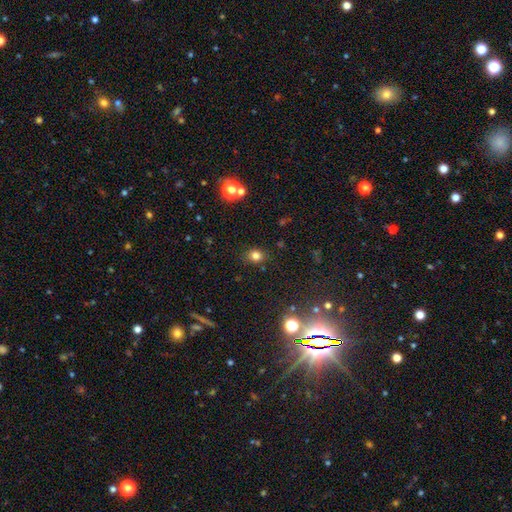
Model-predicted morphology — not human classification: A smooth galaxy with no disk features (79%) that is round (64%).

Vote fractions:
- Smooth or featured? smooth: 79% / star or artifact: 15% / featured or disk: 6%
- How rounded? round: 64% / in between: 35% / cigar-shaped: 1%
- Merging? none: 83% / minor disturbance: 12% / major disturbance: 3% / merger: 2%